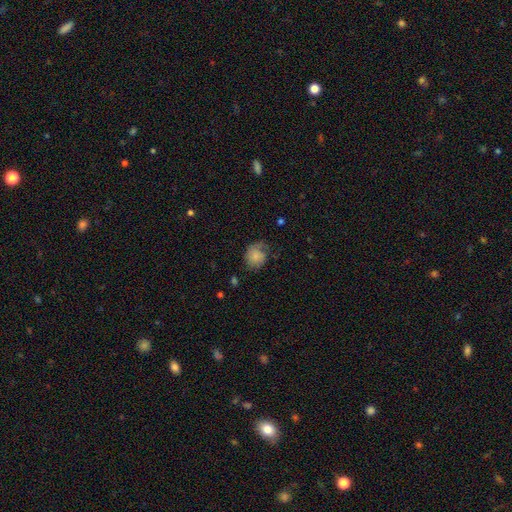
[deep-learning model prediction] Smooth or featured? Predicted: smooth (p=0.64). How rounded? Predicted: round (p=0.65). Merging? Predicted: none (p=0.48).